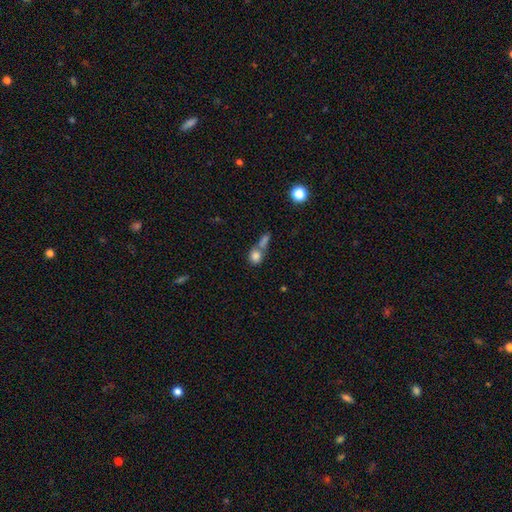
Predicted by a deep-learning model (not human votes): A smooth galaxy with no disk features (81%) that is round (68%).

Vote fractions:
- Smooth or featured? smooth: 81% / star or artifact: 10% / featured or disk: 9%
- How rounded? round: 68% / in between: 29% / cigar-shaped: 2%
- Merging? merger: 50% / none: 36% / minor disturbance: 9% / major disturbance: 6%